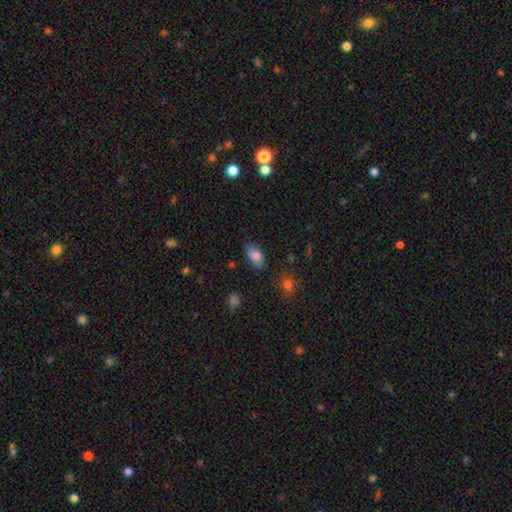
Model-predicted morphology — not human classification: smooth 84%, star or artifact 9%, featured or disk 8%. Down the decision tree: how rounded — in between (91%); merging — none (80%).